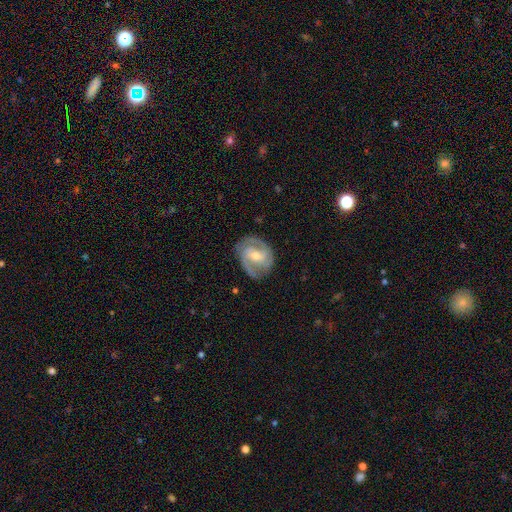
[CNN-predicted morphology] smooth-or-featured: featured or disk: 86% | smooth: 9% | star or artifact: 5%
  disk-edge-on: no: 97% | yes: 3%
    bar: weak: 45% | no: 39% | strong: 16%
    has-spiral-arms: yes: 96% | no: 4%
      spiral-winding: medium: 46% | tight: 45% | loose: 10%
      spiral-arm-count: 2: 48% | 3: 32% | can't tell: 10% | 4: 4% | 1: 3% | more than 4: 3%
    bulge-size: moderate: 57% | small: 39% | large: 2% | none: 1% | dominant: 1%
  merging: none: 78% | minor disturbance: 16% | major disturbance: 5% | merger: 1%